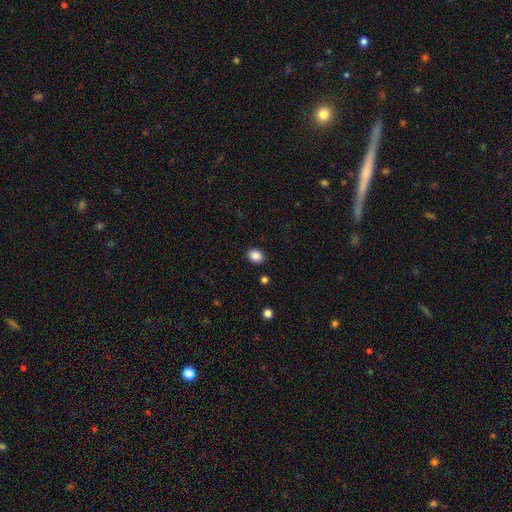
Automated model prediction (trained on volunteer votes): Smooth or featured? Predicted: smooth (p=0.87). How rounded? Predicted: round (p=0.50). Merging? Predicted: none (p=0.90).